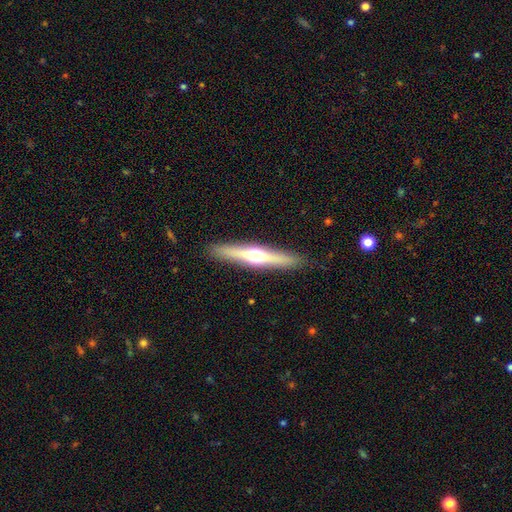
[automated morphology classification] A featured or disk galaxy (62%) viewed edge-on (95%) with a rounded central bulge (93%). Merging: none (91%).